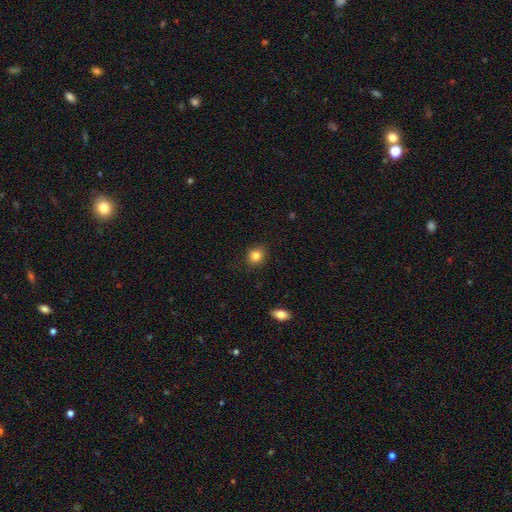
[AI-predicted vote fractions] A smooth galaxy with no disk features (83%) that is round (72%). Merging: none (85%).